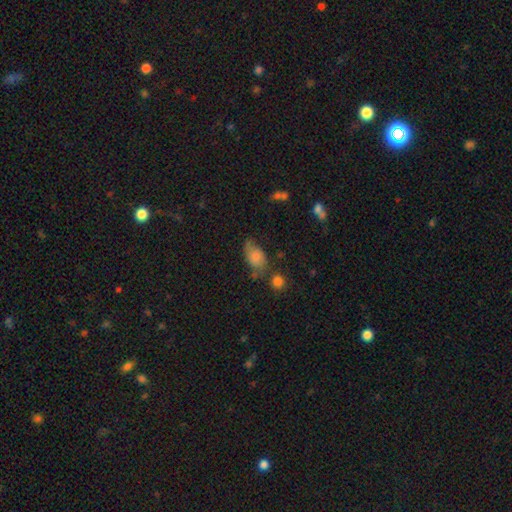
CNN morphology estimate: A smooth galaxy with no disk features (48%). Merging: none (52%).